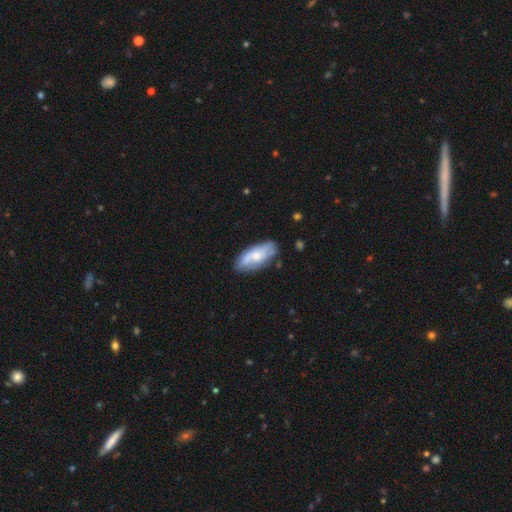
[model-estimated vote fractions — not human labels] Smooth or featured: smooth — 51% (featured or disk — 42%)
How rounded: in between — 87% (cigar-shaped — 10%)
Merging: none — 67% (minor disturbance — 23%)